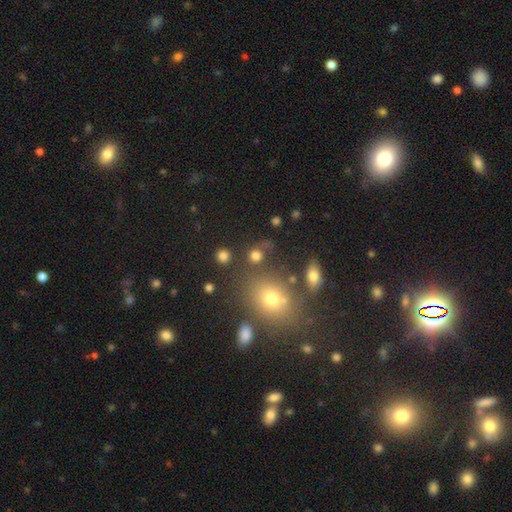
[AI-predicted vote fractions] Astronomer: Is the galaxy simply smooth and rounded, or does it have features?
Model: smooth — 76%.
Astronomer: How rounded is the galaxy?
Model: round — 82%.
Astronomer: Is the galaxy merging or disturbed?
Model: none — 69%.